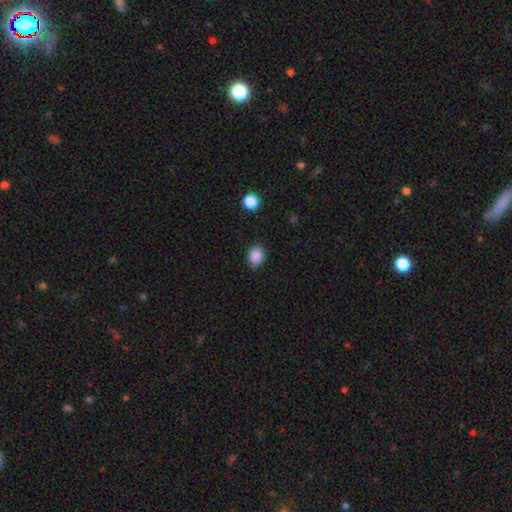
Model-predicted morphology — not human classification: Smooth or featured?
  - smooth: 87% *
  - star or artifact: 9%
  - featured or disk: 4%
How rounded?
  - in between: 63% *
  - round: 36%
  - cigar-shaped: 1%
Merging?
  - none: 74% *
  - minor disturbance: 21%
  - major disturbance: 3%
  - merger: 2%